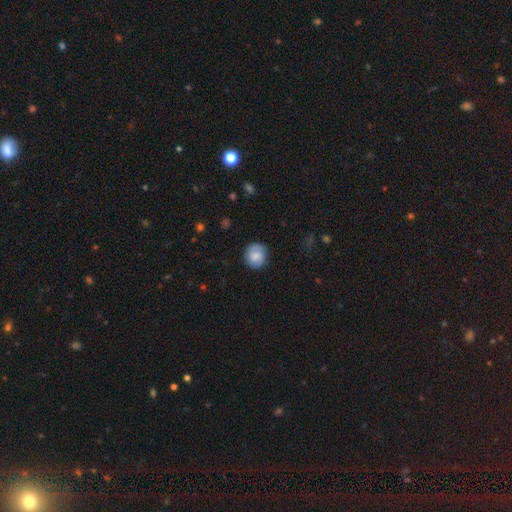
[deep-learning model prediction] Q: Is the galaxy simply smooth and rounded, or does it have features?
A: smooth — 74%.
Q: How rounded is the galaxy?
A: round — 86%.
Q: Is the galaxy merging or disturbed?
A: none — 80%.